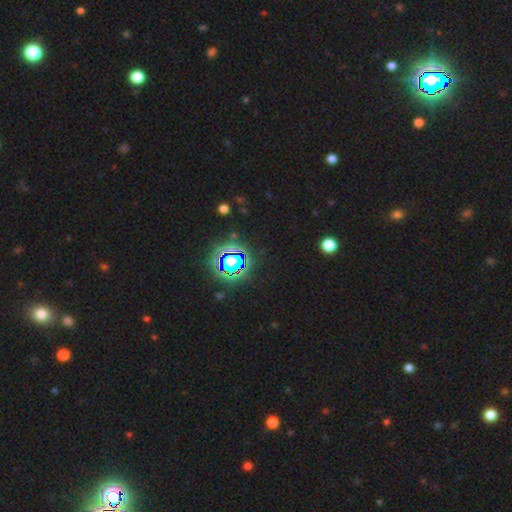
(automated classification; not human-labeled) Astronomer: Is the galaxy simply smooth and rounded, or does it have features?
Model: star or artifact — 83%.